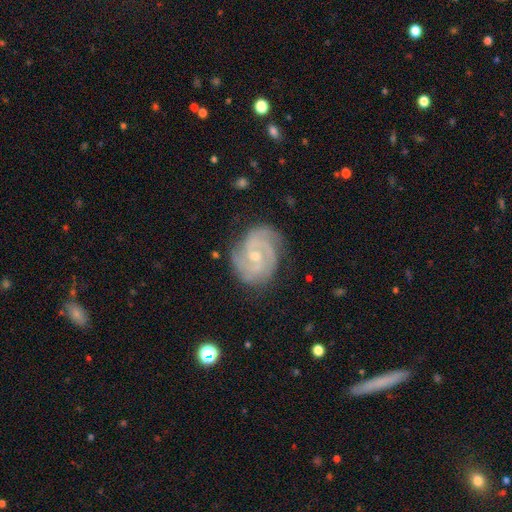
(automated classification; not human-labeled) featured or disk 88%, smooth 6%, star or artifact 5%. Down the decision tree: edge-on disk — no (98%); bar — no (54%); spiral arms — yes (97%); spiral arm count — 2 (40%); spiral winding — tight (59%); bulge size — small (55%); merging — none (76%).